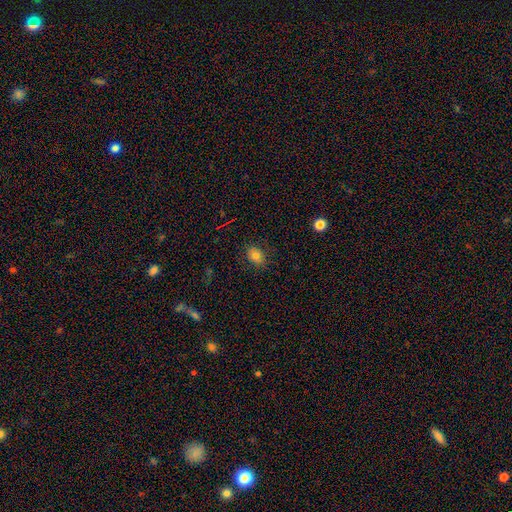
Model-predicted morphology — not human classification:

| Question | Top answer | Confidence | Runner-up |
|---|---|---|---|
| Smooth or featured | smooth | 77% | star or artifact (14%) |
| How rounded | in between | 54% | round (45%) |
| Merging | none | 82% | minor disturbance (14%) |